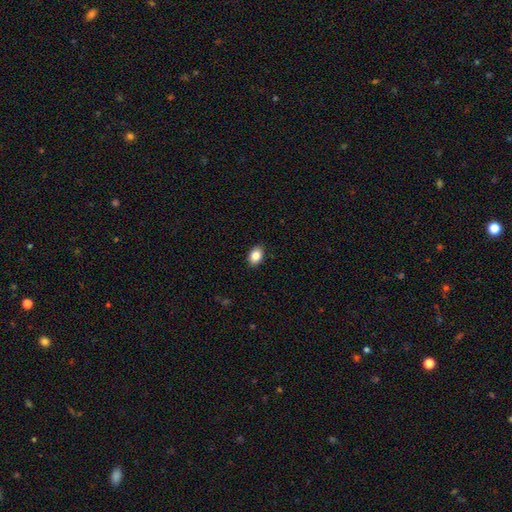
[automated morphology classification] This appears to be a smooth galaxy with no disk features (85%) that is in between round and cigar-shaped (81%). Merging: none (89%).